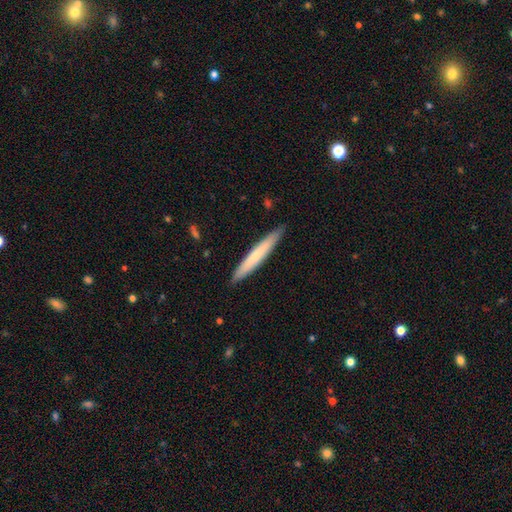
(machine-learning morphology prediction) Smooth or featured?
  - smooth: 63% *
  - featured or disk: 32%
  - star or artifact: 5%
How rounded?
  - cigar-shaped: 95% *
  - in between: 4%
  - round: 1%
Merging?
  - none: 90% *
  - minor disturbance: 8%
  - major disturbance: 1%
  - merger: 1%